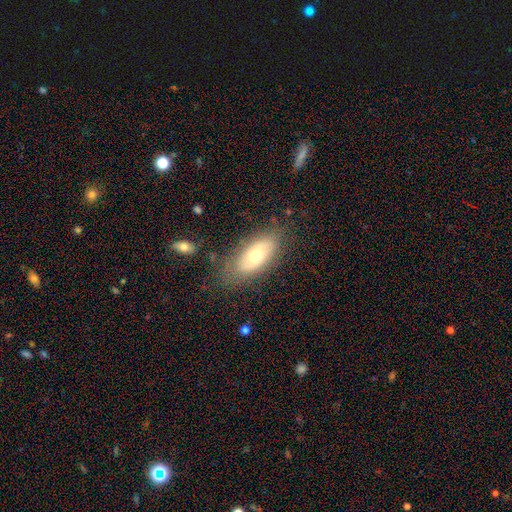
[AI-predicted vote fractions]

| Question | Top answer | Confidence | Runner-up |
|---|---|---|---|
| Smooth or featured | smooth | 59% | featured or disk (34%) |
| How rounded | in between | 87% | cigar-shaped (10%) |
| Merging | none | 75% | minor disturbance (17%) |